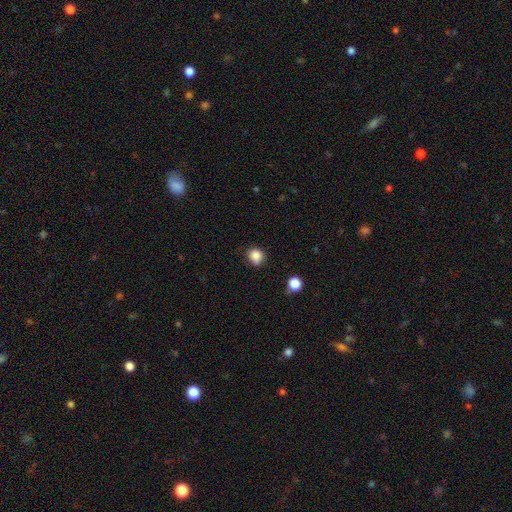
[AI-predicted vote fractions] Morphology: type=smooth (85%); roundness=round (71%); merging=none (68%).